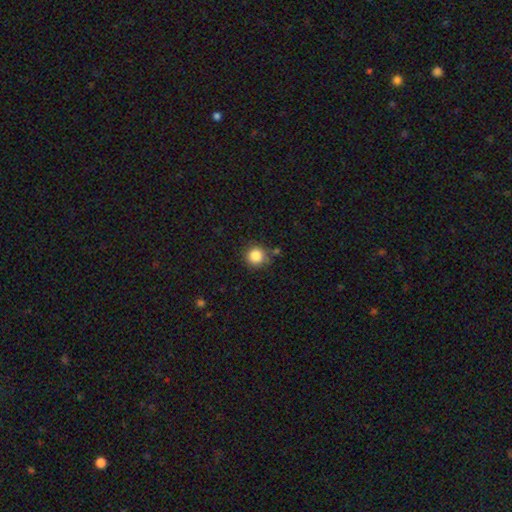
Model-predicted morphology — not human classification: type=smooth (86%); roundness=round (94%); merging=none (82%).